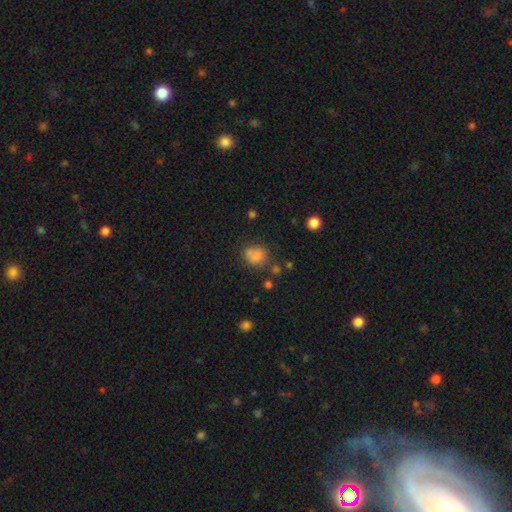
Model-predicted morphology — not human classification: A smooth galaxy with no disk features (76%) that is round (66%). Merging: none (60%).